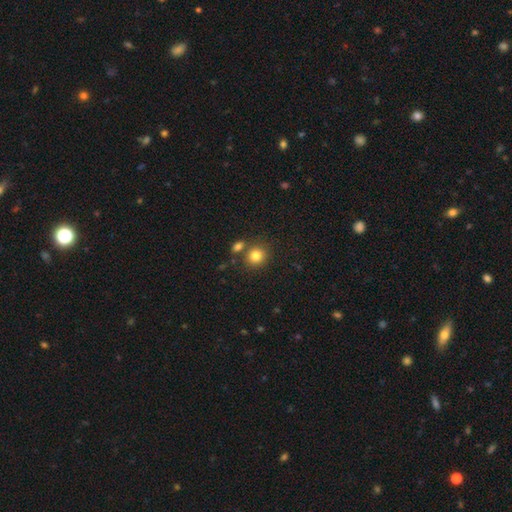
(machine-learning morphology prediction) This is clearly a smooth galaxy (82%). How rounded: clearly round (81%). Merging: likely none (71%).